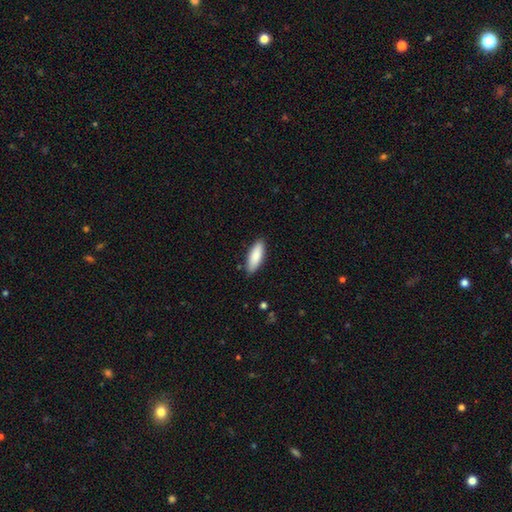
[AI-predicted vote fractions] This is clearly a smooth galaxy (85%). How rounded: likely in between (61%). Merging: clearly none (86%).